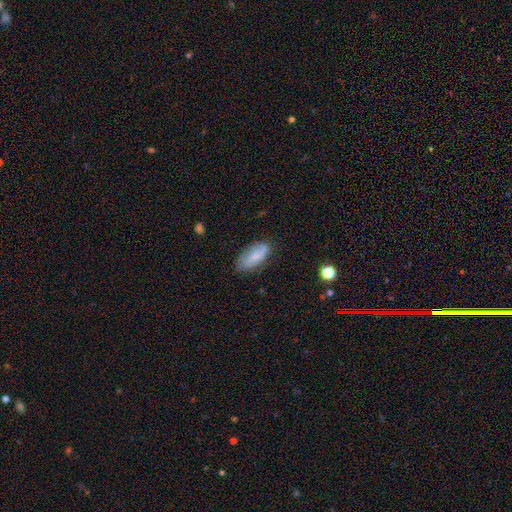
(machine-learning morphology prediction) Smooth or featured? Predicted: smooth (p=0.72). How rounded? Predicted: in between (p=0.87). Merging? Predicted: none (p=0.69).